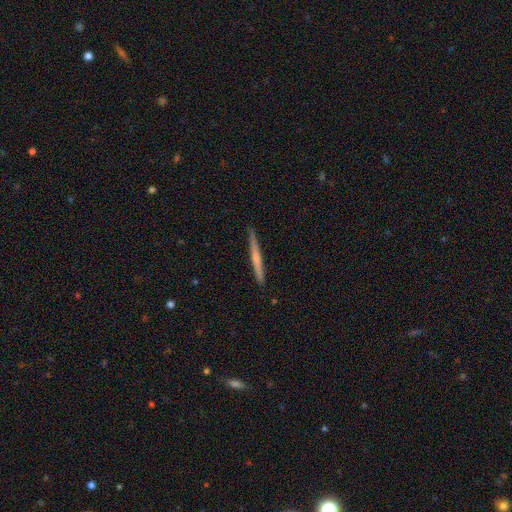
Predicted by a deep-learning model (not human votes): Smooth or featured? Predicted: featured or disk (p=0.57). Edge-on disk? Predicted: yes (p=0.96). Edge-on bulge? Predicted: none (p=0.46, tied with rounded). Merging? Predicted: none (p=0.89).